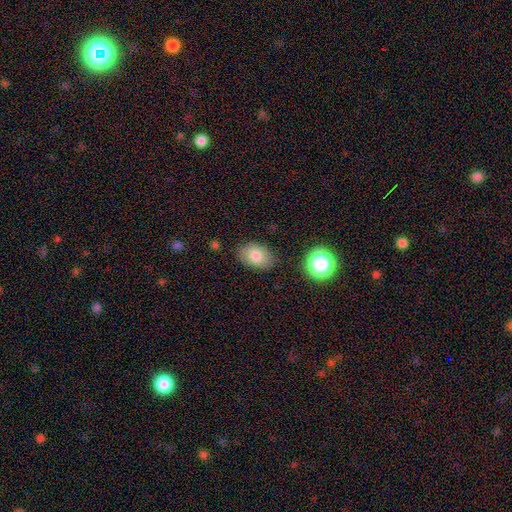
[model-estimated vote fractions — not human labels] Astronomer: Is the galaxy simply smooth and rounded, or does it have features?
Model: smooth — 78%.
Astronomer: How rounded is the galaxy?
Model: in between — 83%.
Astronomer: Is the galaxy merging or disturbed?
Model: none — 82%.